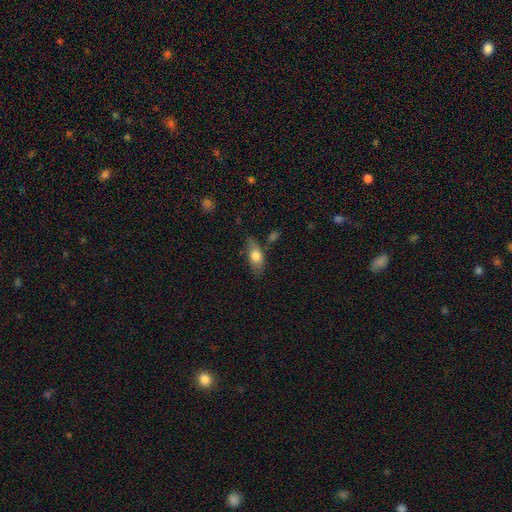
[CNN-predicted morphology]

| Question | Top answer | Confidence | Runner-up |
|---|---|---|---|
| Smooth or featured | smooth | 73% | featured or disk (20%) |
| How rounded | in between | 82% | cigar-shaped (12%) |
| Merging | none | 65% | minor disturbance (23%) |